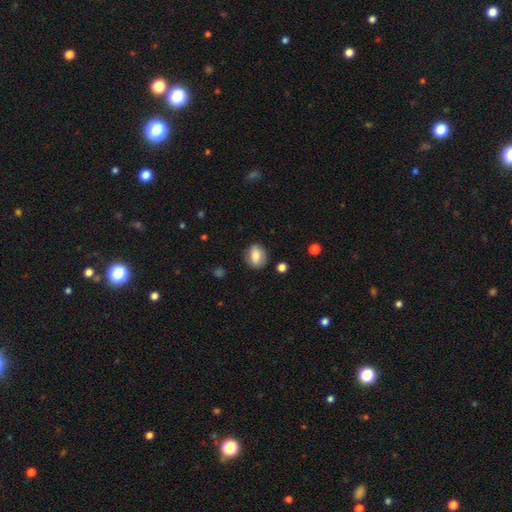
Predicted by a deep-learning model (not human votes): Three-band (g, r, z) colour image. It shows a smooth galaxy with no disk features (76%) that is round (50%). Merging: none (85%).